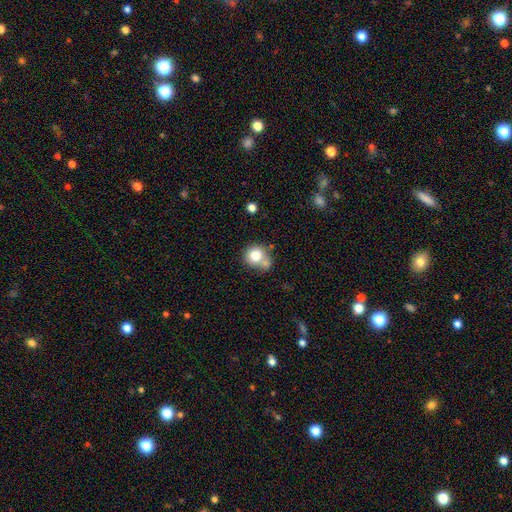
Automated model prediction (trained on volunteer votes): Morphology: type=smooth (77%); roundness=round (85%); merging=none (52%).